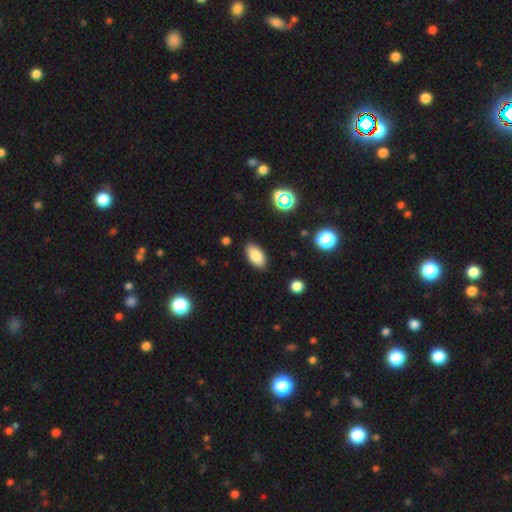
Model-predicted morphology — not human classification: This appears to be a smooth galaxy with no disk features (83%) that is in between round and cigar-shaped (93%). Merging: none (87%).